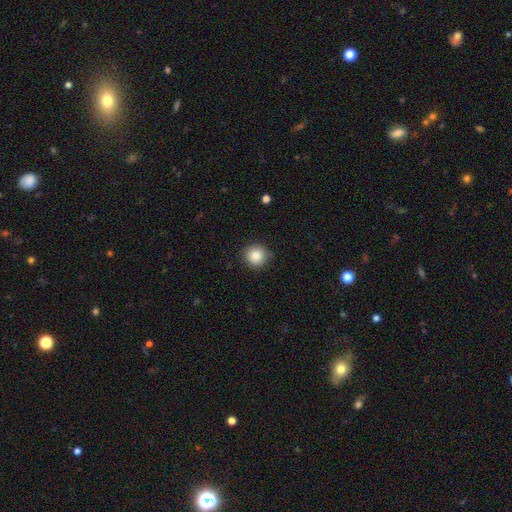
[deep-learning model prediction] smooth 85%, star or artifact 10%, featured or disk 6%. Down the decision tree: how rounded — round (93%); merging — none (87%).